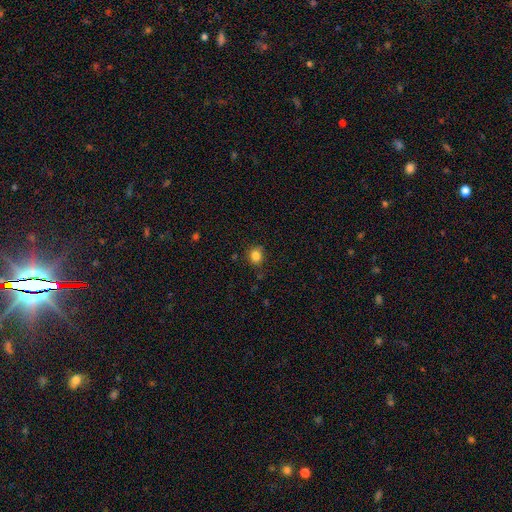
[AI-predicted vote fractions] smooth_or_featured: smooth (p=0.83) [alt: star or artifact p=0.12]
how_rounded: round (p=0.73) [alt: in between p=0.27]
merging: none (p=0.81) [alt: minor disturbance p=0.13]